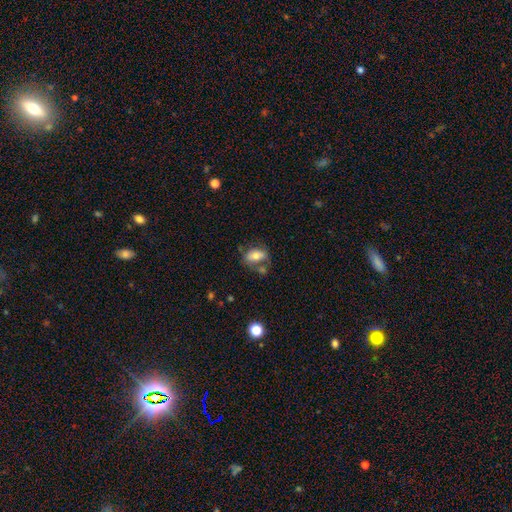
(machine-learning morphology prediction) smooth_or_featured: smooth (p=0.69) [alt: featured or disk p=0.23]
how_rounded: in between (p=0.86) [alt: round p=0.11]
merging: none (p=0.51) [alt: merger p=0.20]